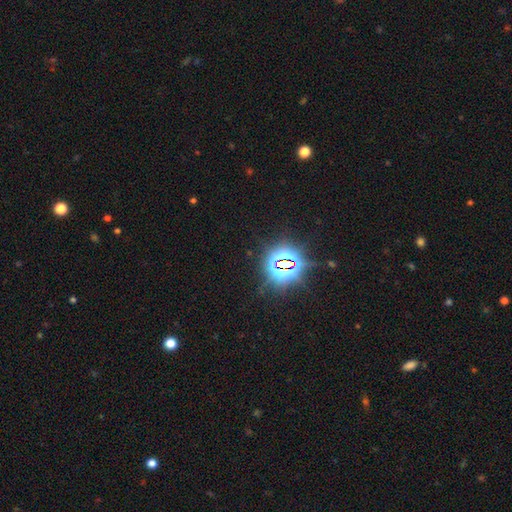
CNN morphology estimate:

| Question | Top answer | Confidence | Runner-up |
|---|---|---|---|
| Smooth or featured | star or artifact | 83% | smooth (11%) |